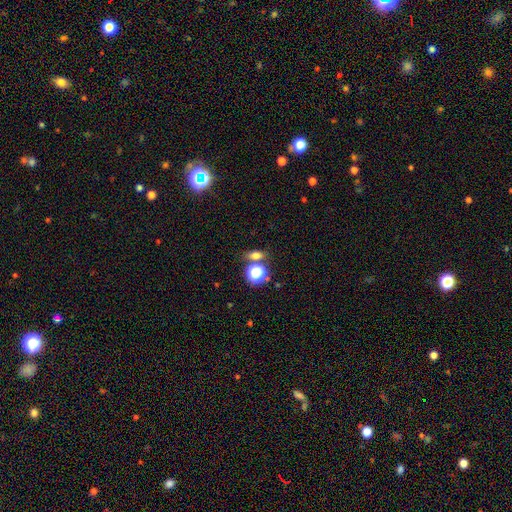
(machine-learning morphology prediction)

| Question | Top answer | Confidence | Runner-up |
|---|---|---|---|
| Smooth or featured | smooth | 66% | star or artifact (24%) |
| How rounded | in between | 57% | round (37%) |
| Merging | none | 71% | merger (15%) |